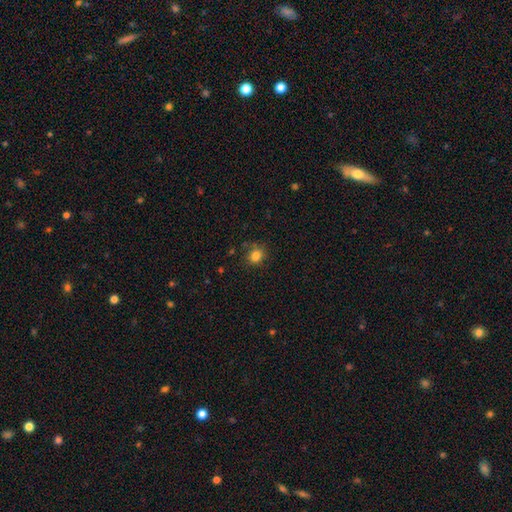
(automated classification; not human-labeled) Q: Smooth or featured?
A: smooth (82%); runner-up: star or artifact (13%)
Q: How rounded?
A: round (68%); runner-up: in between (31%)
Q: Merging?
A: none (74%); runner-up: minor disturbance (17%)